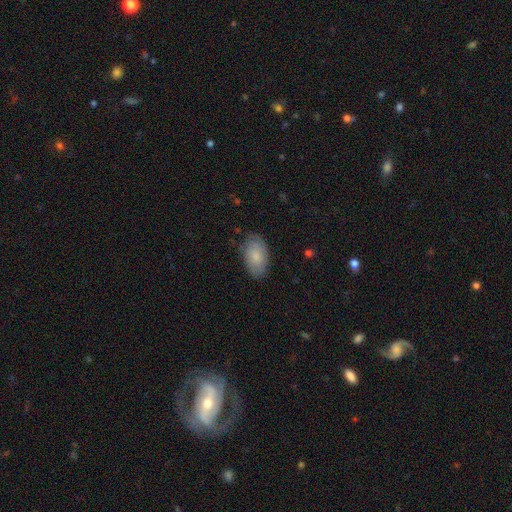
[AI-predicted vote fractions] This is clearly a smooth galaxy (81%). How rounded: clearly in between (94%). Merging: likely none (80%).